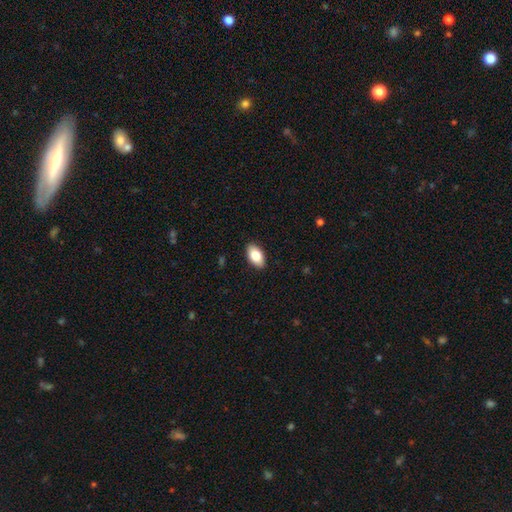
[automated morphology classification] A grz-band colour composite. It shows a smooth galaxy with no disk features (83%) that is in between round and cigar-shaped (94%). Merging: none (90%).